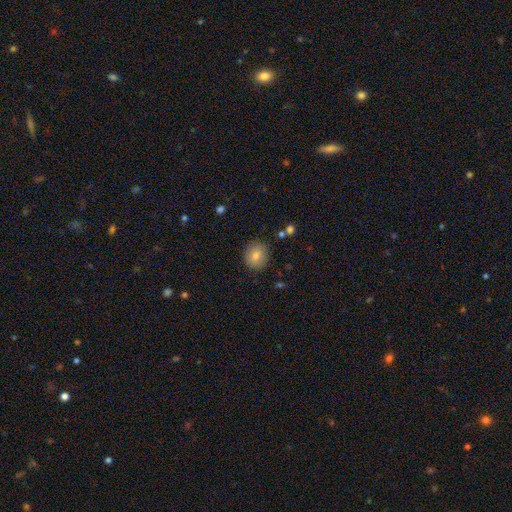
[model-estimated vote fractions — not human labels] A smooth galaxy with no disk features (75%) that is round (83%). Merging: none (86%).